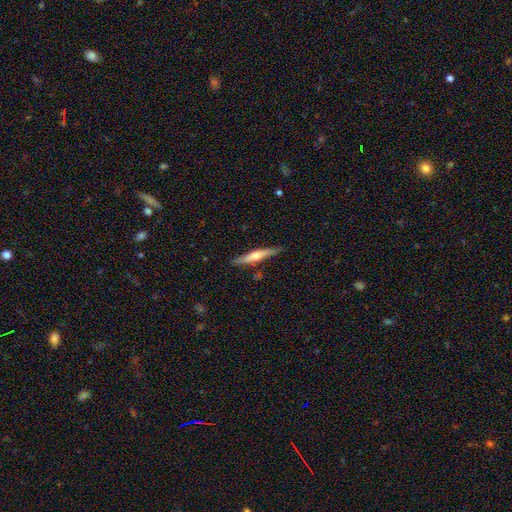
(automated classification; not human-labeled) Smooth or featured? Predicted: featured or disk (p=0.56). Edge-on disk? Predicted: yes (p=0.95). Edge-on bulge? Predicted: rounded (p=0.83). Merging? Predicted: none (p=0.85).